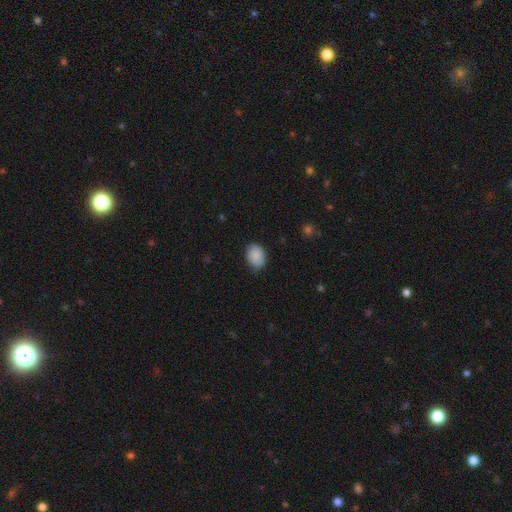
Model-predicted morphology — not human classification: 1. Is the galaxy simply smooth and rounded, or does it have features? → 86% smooth, 7% featured or disk, 7% star or artifact.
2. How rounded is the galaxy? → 70% in between, 29% round, 1% cigar-shaped.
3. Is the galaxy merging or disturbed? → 76% none, 20% minor disturbance, 3% major disturbance, 1% merger.